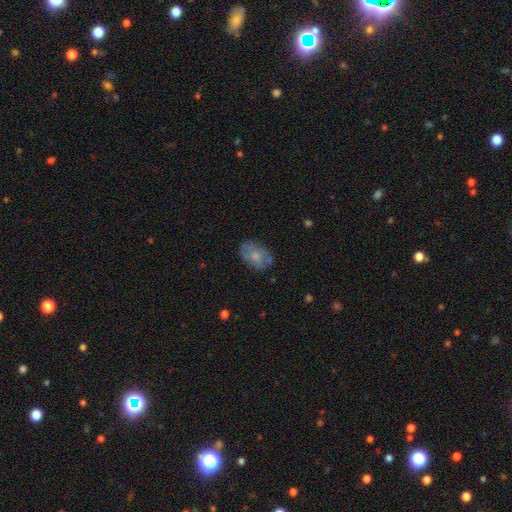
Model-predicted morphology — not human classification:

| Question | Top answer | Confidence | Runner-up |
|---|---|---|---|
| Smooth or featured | smooth | 60% | featured or disk (32%) |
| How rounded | in between | 82% | round (16%) |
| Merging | none | 66% | minor disturbance (23%) |